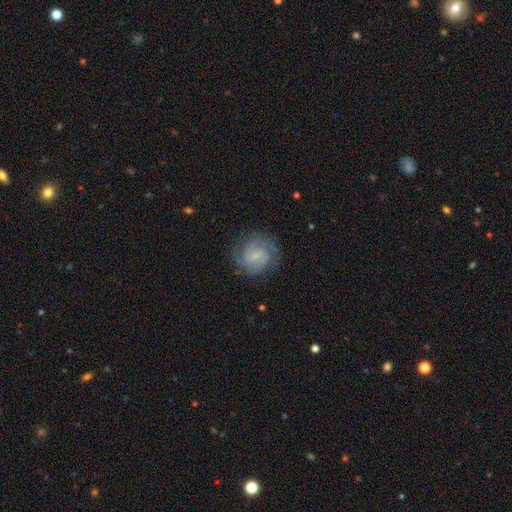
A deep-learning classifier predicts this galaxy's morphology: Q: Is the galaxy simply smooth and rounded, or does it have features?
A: featured or disk — 78%.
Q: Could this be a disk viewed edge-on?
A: no — 98%.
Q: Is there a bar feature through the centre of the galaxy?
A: weak — 52%.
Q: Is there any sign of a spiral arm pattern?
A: yes — 96%.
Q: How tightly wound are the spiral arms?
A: tight — 50%.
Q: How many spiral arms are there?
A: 2 — 52%.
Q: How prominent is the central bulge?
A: small — 64%.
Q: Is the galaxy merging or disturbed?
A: none — 79%.